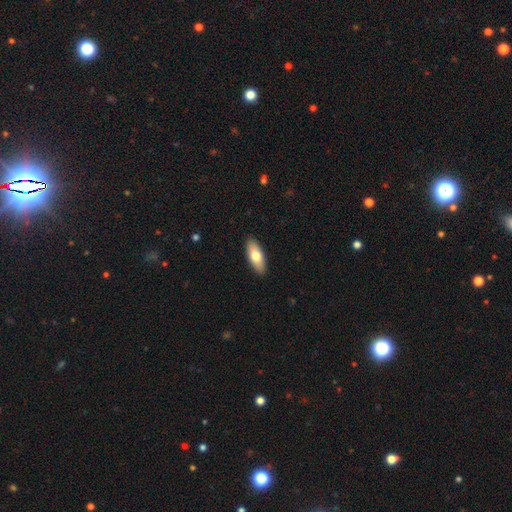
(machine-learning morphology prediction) Smooth or featured? smooth (71%)
How rounded? in between (78%)
Merging? none (89%)